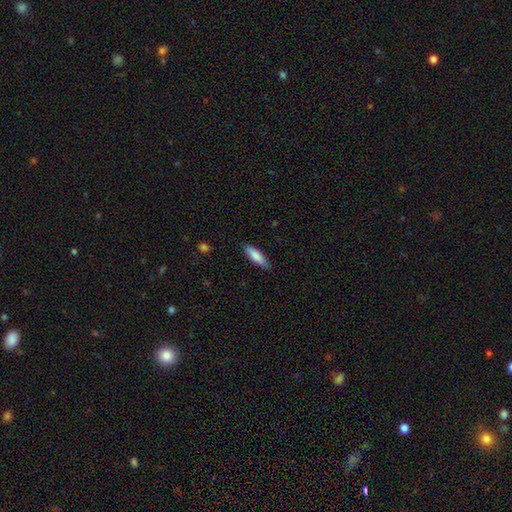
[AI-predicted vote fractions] smooth 84%, featured or disk 11%, star or artifact 6%. Down the decision tree: how rounded — cigar-shaped (56%); merging — none (85%).